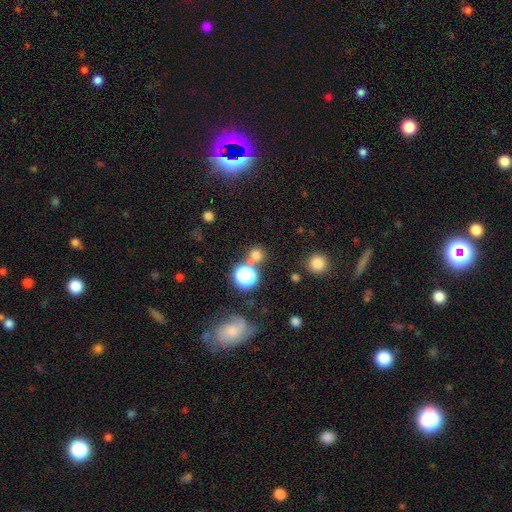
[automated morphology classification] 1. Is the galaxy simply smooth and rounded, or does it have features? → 67% smooth, 26% star or artifact, 7% featured or disk.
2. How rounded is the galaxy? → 88% round, 11% in between, 1% cigar-shaped.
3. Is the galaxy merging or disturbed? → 69% none, 19% merger, 8% minor disturbance, 4% major disturbance.